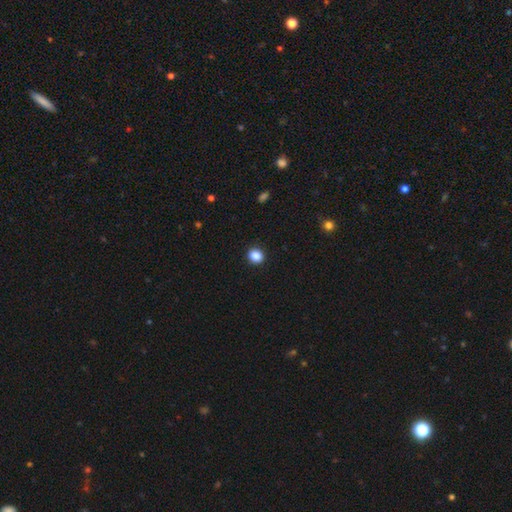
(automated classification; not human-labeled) A smooth galaxy with no disk features (87%) that is round (75%). Merging: none (92%).